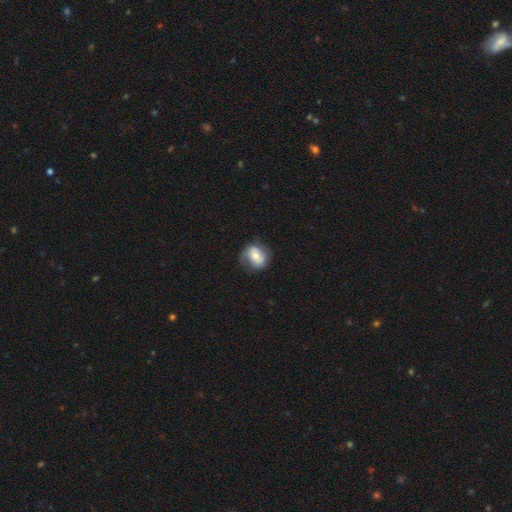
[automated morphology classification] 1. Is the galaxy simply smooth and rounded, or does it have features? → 49% smooth, 44% featured or disk, 8% star or artifact.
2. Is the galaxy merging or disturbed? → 61% none, 25% minor disturbance, 12% major disturbance, 2% merger.